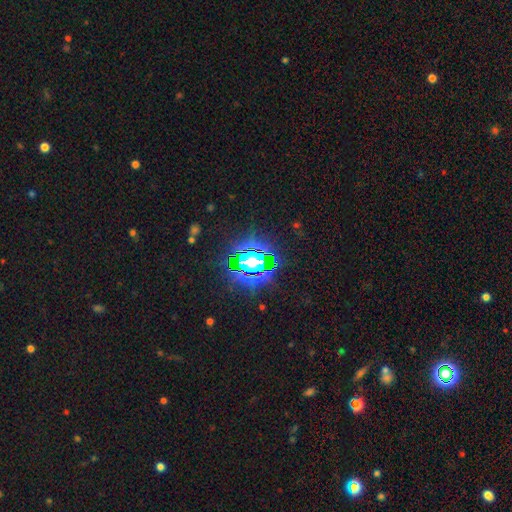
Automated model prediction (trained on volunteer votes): Smooth or featured: star or artifact — 83% (smooth — 10%)